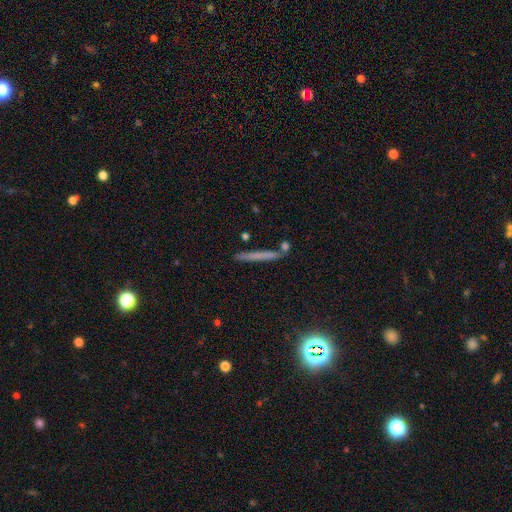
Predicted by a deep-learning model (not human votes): This appears to be a smooth galaxy with no disk features (50%). Merging: none (81%).